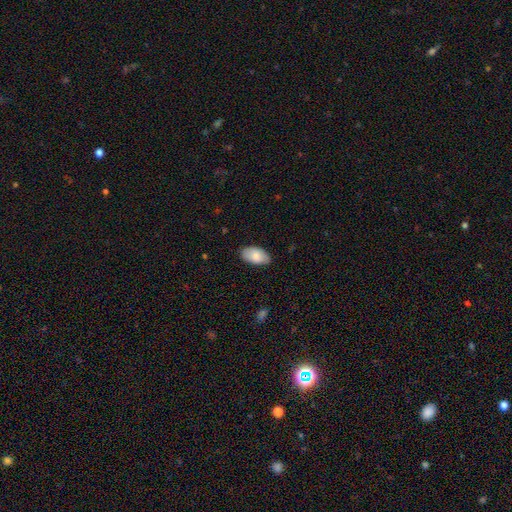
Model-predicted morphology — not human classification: Smooth or featured? smooth (82%)
How rounded? in between (95%)
Merging? none (81%)